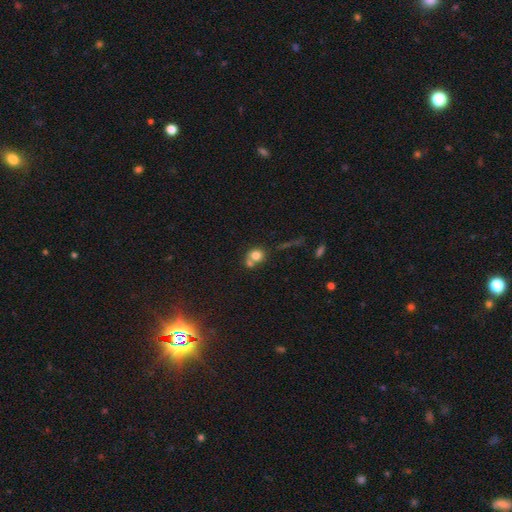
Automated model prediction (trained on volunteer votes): Q: Smooth or featured?
A: smooth (76%); runner-up: featured or disk (12%)
Q: How rounded?
A: round (76%); runner-up: in between (23%)
Q: Merging?
A: merger (44%); runner-up: none (43%)